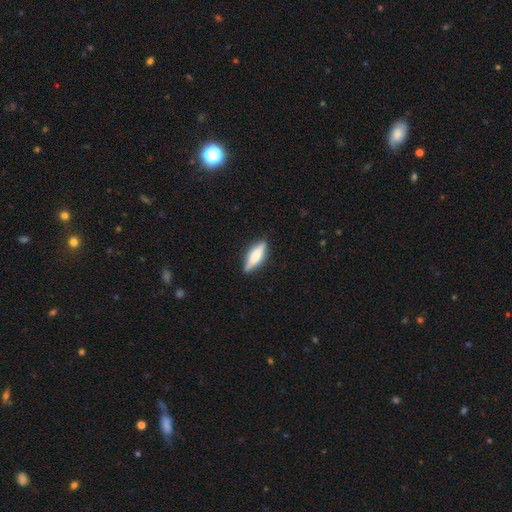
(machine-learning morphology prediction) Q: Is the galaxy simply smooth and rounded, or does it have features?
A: smooth — 50%.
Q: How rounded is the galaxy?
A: cigar-shaped — 59%.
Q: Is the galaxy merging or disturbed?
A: none — 85%.